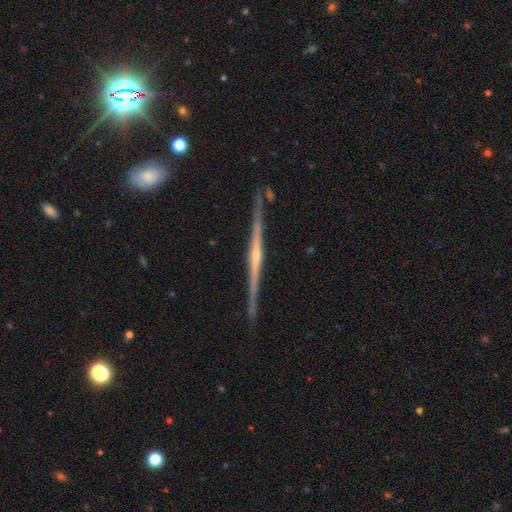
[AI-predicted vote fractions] Smooth or featured?
  - featured or disk: 86% *
  - smooth: 9%
  - star or artifact: 5%
Edge-on disk?
  - yes: 98% *
  - no: 2%
Edge-on bulge?
  - rounded: 67% *
  - none: 22%
  - boxy: 11%
Merging?
  - none: 88% *
  - minor disturbance: 9%
  - major disturbance: 2%
  - merger: 2%